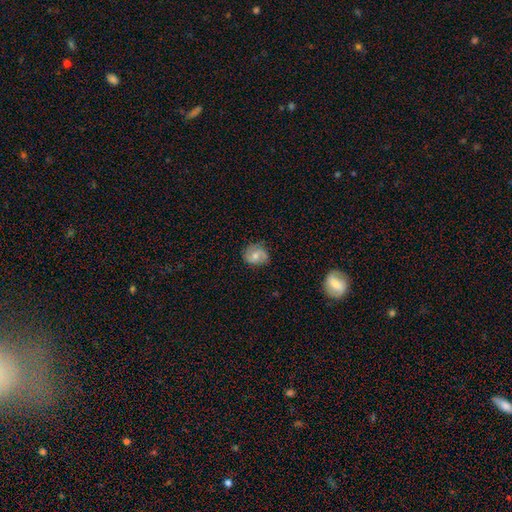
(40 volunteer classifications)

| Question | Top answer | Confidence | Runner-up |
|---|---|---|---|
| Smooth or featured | smooth | 48% | featured or disk (40%) |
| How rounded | round | 68% | in between (32%) |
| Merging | none | 74% | minor disturbance (14%) |